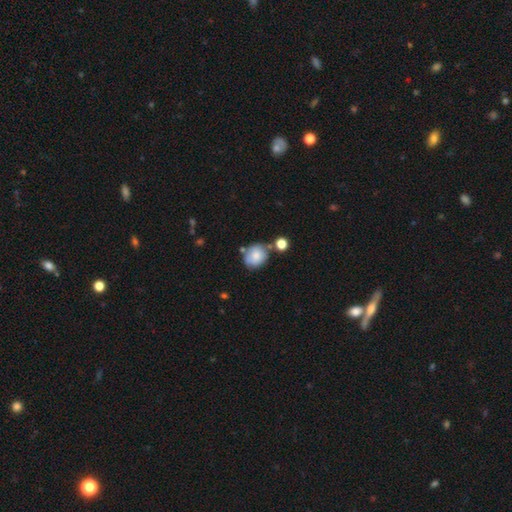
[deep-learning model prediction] Smooth or featured? smooth (75%)
How rounded? round (64%)
Merging? none (58%)